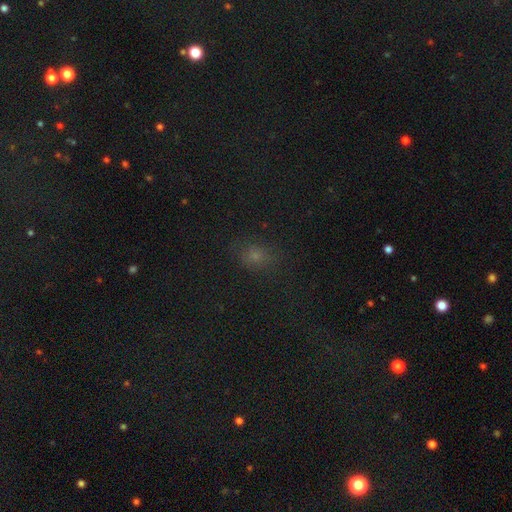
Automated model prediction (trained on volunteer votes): This is likely a smooth galaxy (67%). How rounded: possibly round (50%). Merging: likely none (77%).